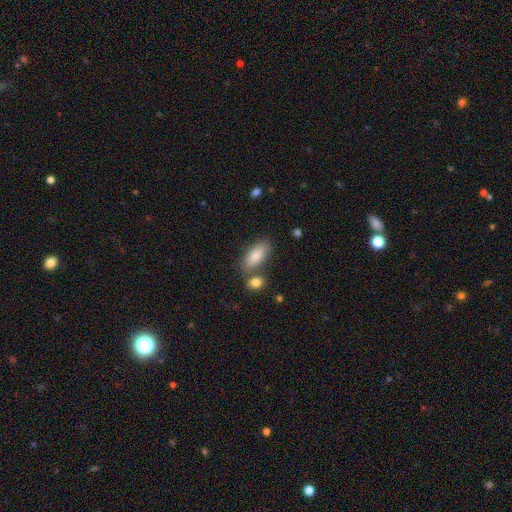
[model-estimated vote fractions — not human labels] Smooth or featured: smooth — 84% (featured or disk — 10%)
How rounded: in between — 82% (cigar-shaped — 16%)
Merging: none — 68% (merger — 16%)